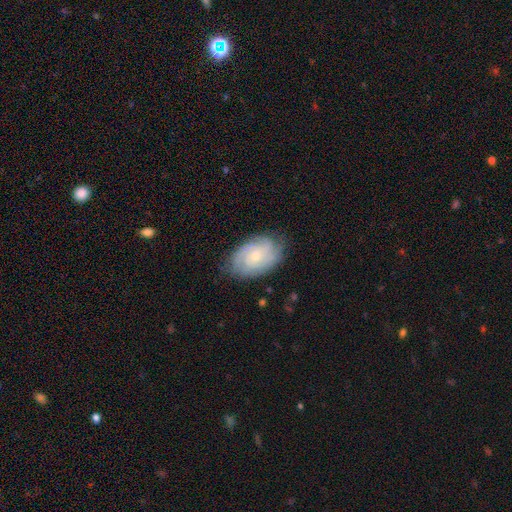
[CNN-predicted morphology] Q: Smooth or featured?
A: featured or disk (71%); runner-up: smooth (23%)
Q: Edge-on disk?
A: no (96%); runner-up: yes (4%)
Q: Bar?
A: no (75%); runner-up: weak (22%)
Q: Spiral arms?
A: yes (93%); runner-up: no (7%)
Q: Spiral winding?
A: tight (64%); runner-up: medium (28%)
Q: Spiral arm count?
A: can't tell (38%); runner-up: 3 (22%)
Q: Bulge size?
A: small (68%); runner-up: moderate (28%)
Q: Merging?
A: none (78%); runner-up: minor disturbance (17%)